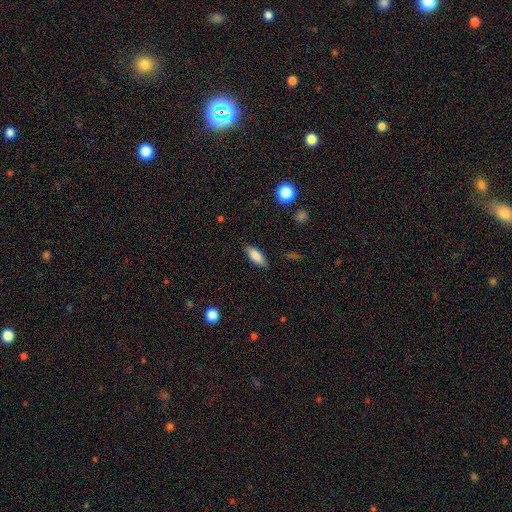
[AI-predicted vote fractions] smooth 83%, featured or disk 10%, star or artifact 7%. Down the decision tree: how rounded — in between (74%); merging — none (84%).